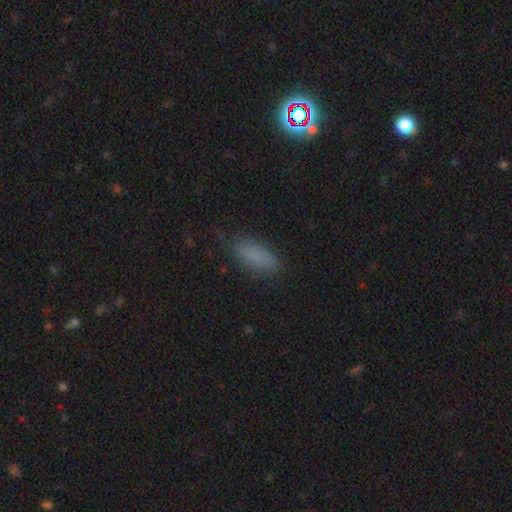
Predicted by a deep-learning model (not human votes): Smooth or featured? smooth (80%)
How rounded? in between (74%)
Merging? none (77%)